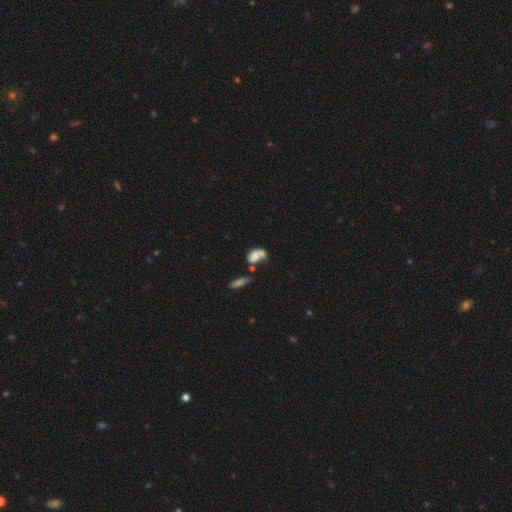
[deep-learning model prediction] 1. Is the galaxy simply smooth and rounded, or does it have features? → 63% smooth, 25% featured or disk, 12% star or artifact.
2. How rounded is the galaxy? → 79% in between, 17% round, 4% cigar-shaped.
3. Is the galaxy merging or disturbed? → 44% merger, 25% none, 16% major disturbance, 15% minor disturbance.